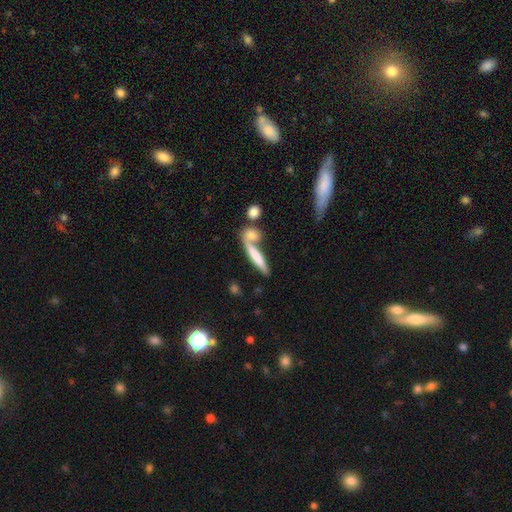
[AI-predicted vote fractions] A smooth galaxy with no disk features (66%) that is cigar-shaped (84%). Merging: none (50%).